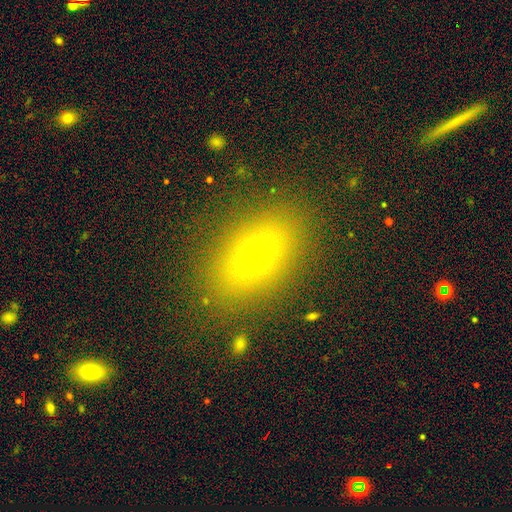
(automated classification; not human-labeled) Overall: smooth (69%). How rounded: in between (80%). Merging: none (84%).